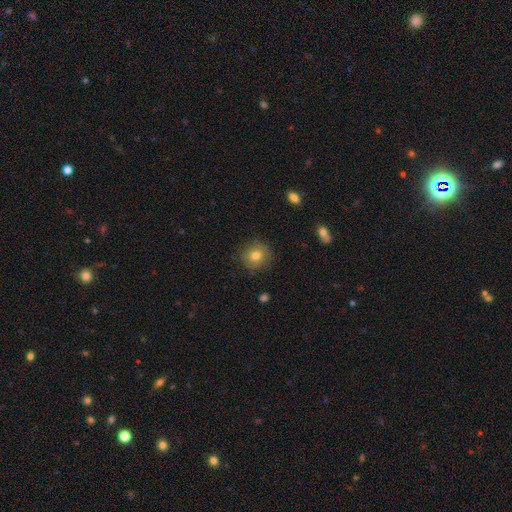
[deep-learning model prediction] Q: Smooth or featured?
A: smooth (75%); runner-up: featured or disk (14%)
Q: How rounded?
A: round (83%); runner-up: in between (16%)
Q: Merging?
A: none (83%); runner-up: minor disturbance (12%)